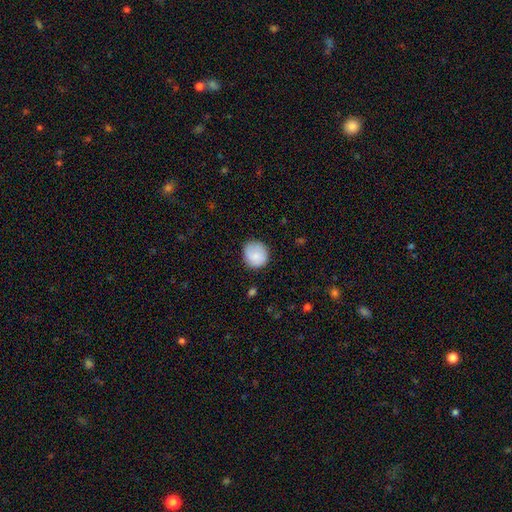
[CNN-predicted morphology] Smooth or featured? Predicted: smooth (p=0.83). How rounded? Predicted: round (p=0.88). Merging? Predicted: none (p=0.82).